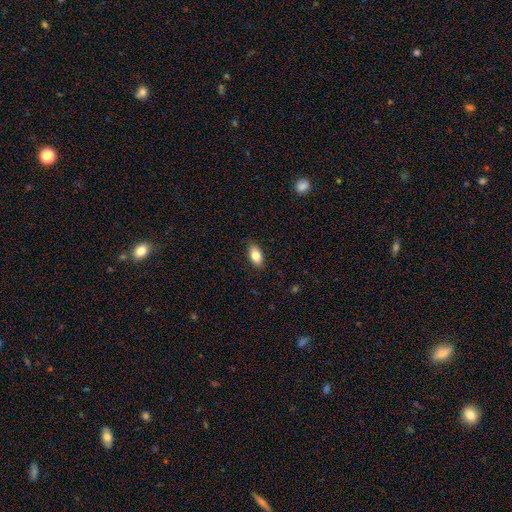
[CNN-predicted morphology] Smooth or featured?
  - smooth: 82% *
  - featured or disk: 11%
  - star or artifact: 7%
How rounded?
  - in between: 91% *
  - round: 4%
  - cigar-shaped: 4%
Merging?
  - none: 87% *
  - minor disturbance: 10%
  - major disturbance: 2%
  - merger: 1%